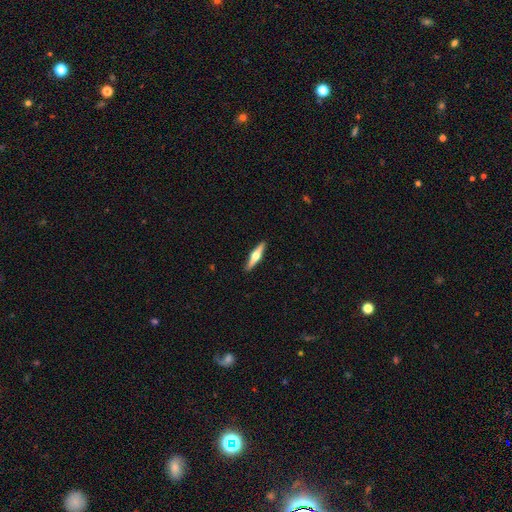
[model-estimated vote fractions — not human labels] A featured or disk galaxy (64%) viewed edge-on (97%) with a rounded central bulge (95%). Merging: none (91%).